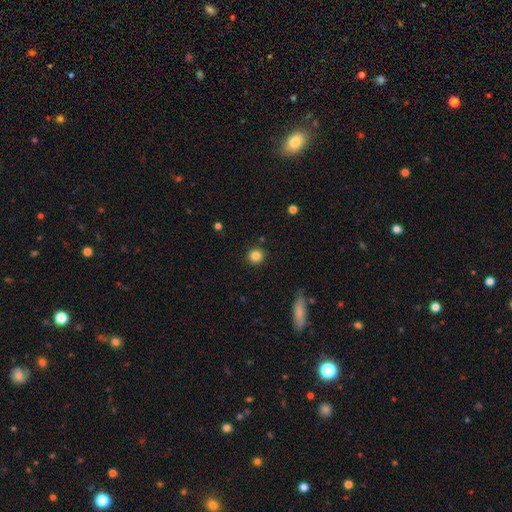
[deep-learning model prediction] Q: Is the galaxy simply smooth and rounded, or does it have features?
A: smooth — 84%.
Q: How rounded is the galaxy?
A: round — 93%.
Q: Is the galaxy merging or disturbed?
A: none — 91%.